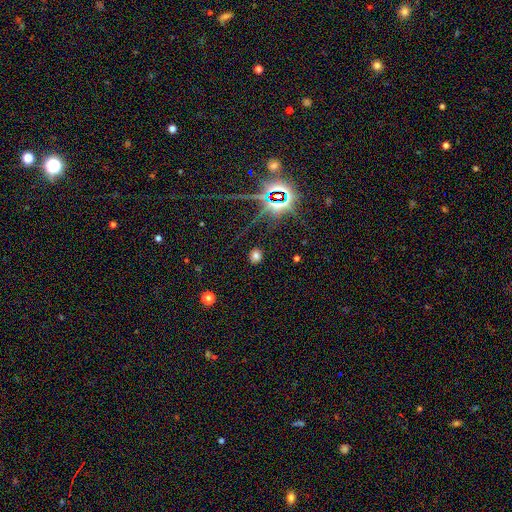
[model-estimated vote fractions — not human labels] This is likely a smooth galaxy (67%). How rounded: likely round (66%). Merging: clearly none (86%).